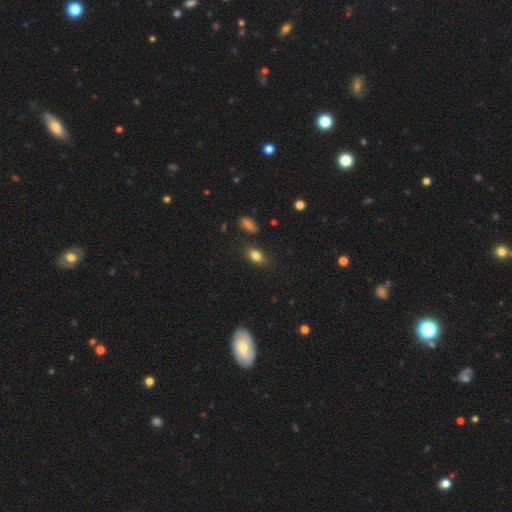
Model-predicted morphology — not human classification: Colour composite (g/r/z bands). It shows a smooth galaxy with no disk features (81%) that is in between round and cigar-shaped (83%). Merging: none (82%).